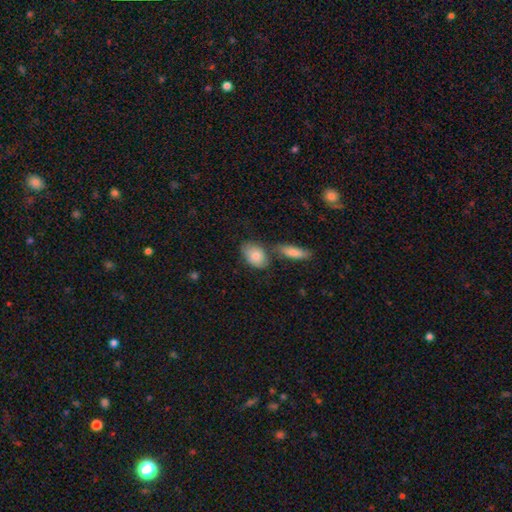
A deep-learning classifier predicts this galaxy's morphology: smooth 80%, featured or disk 14%, star or artifact 6%. Down the decision tree: how rounded — in between (85%); merging — none (56%).